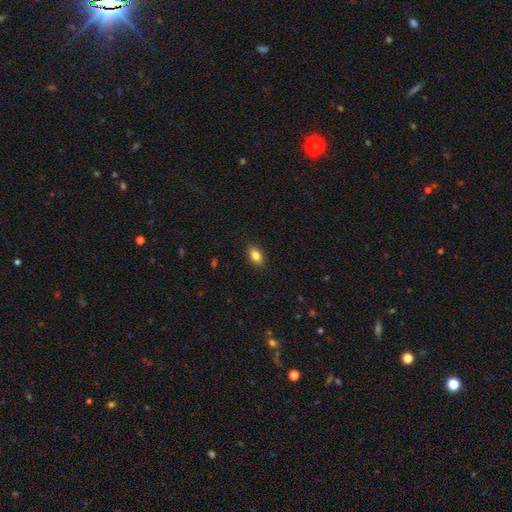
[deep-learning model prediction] Q: Smooth or featured?
A: smooth (83%); runner-up: star or artifact (9%)
Q: How rounded?
A: in between (85%); runner-up: round (11%)
Q: Merging?
A: none (88%); runner-up: minor disturbance (9%)